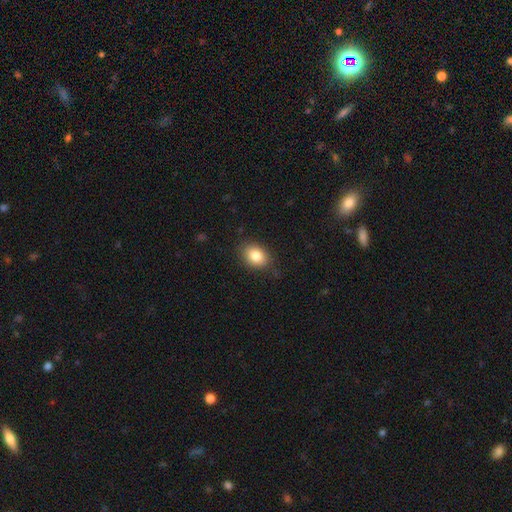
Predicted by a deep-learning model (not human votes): smooth 84%, star or artifact 9%, featured or disk 7%. Down the decision tree: how rounded — in between (65%); merging — none (82%).